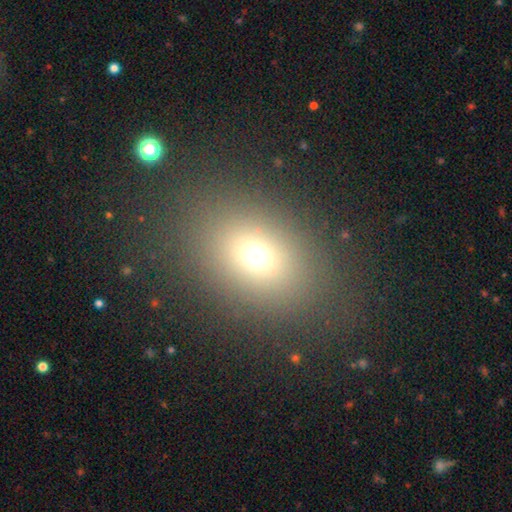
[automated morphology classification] This is likely a smooth galaxy (67%). How rounded: possibly in between (58%). Merging: clearly none (83%).